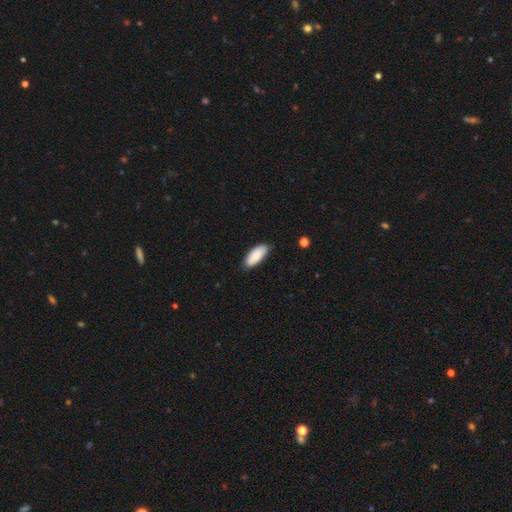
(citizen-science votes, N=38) Morphology: type=smooth (92%); roundness=in between (69%); merging=none (70%).